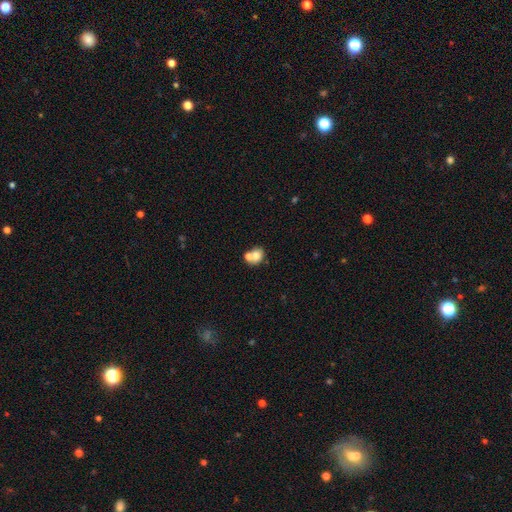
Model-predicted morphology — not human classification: Smooth or featured? smooth (74%)
How rounded? round (62%)
Merging? merger (48%)